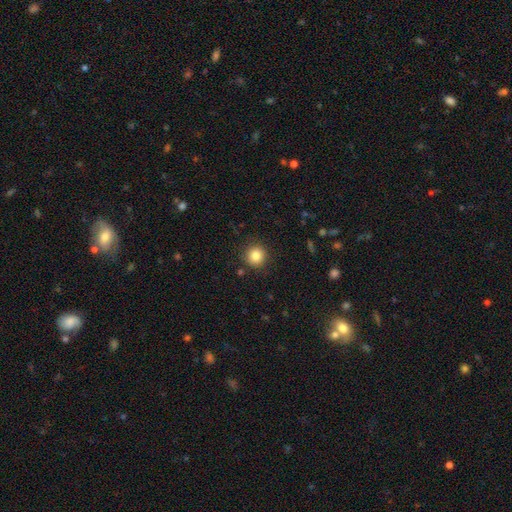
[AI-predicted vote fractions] Smooth or featured?
  - smooth: 84% *
  - star or artifact: 11%
  - featured or disk: 6%
How rounded?
  - round: 94% *
  - in between: 5%
  - cigar-shaped: 1%
Merging?
  - none: 90% *
  - minor disturbance: 6%
  - major disturbance: 2%
  - merger: 1%